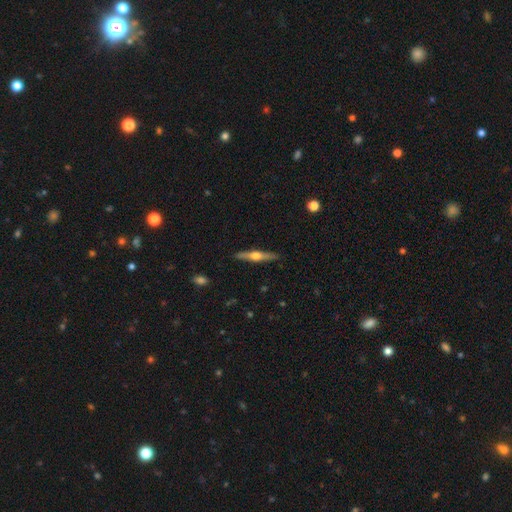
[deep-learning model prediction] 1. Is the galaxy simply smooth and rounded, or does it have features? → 68% featured or disk, 27% smooth, 5% star or artifact.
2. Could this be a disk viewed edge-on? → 97% yes, 3% no.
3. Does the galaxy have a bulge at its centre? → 93% rounded, 3% none, 3% boxy.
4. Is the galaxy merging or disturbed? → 90% none, 7% minor disturbance, 1% major disturbance, 1% merger.